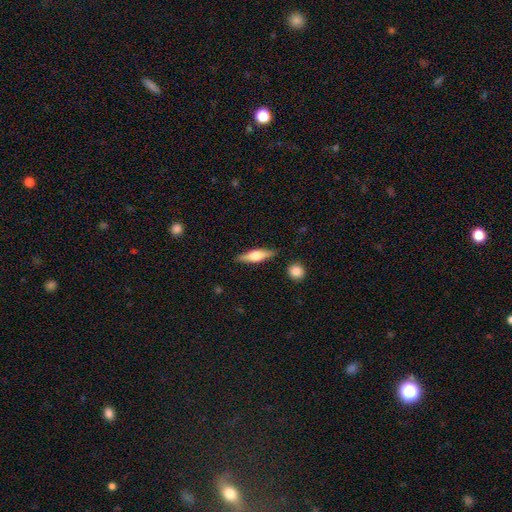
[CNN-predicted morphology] type=featured or disk (53%); edge-on=yes (94%); edge-on bulge=rounded (90%); merging=none (86%).